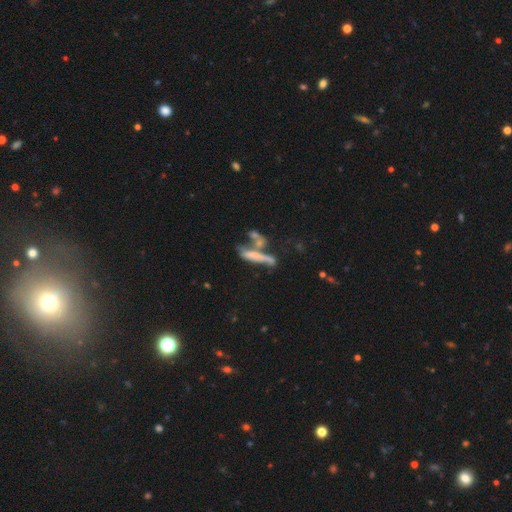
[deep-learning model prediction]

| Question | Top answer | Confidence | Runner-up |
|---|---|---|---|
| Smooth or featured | smooth | 51% | featured or disk (38%) |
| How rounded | cigar-shaped | 77% | in between (20%) |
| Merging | merger | 41% | none (31%) |